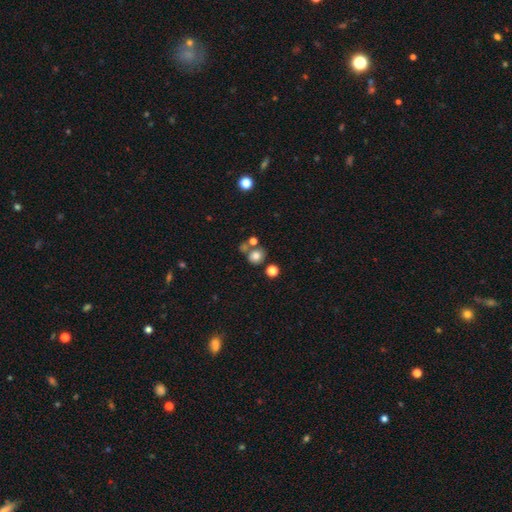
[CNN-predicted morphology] Smooth or featured?
  - smooth: 75% *
  - star or artifact: 13%
  - featured or disk: 12%
How rounded?
  - round: 75% *
  - in between: 24%
  - cigar-shaped: 1%
Merging?
  - none: 57% *
  - merger: 25%
  - minor disturbance: 12%
  - major disturbance: 5%